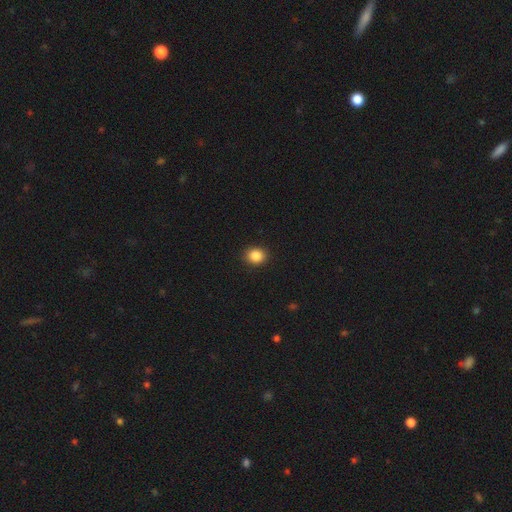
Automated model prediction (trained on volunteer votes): Smooth or featured?
  - smooth: 87% *
  - star or artifact: 9%
  - featured or disk: 3%
How rounded?
  - round: 68% *
  - in between: 31%
  - cigar-shaped: 1%
Merging?
  - none: 91% *
  - minor disturbance: 6%
  - major disturbance: 2%
  - merger: 1%